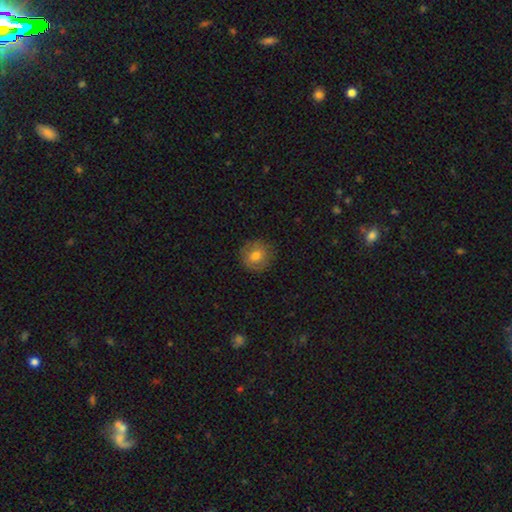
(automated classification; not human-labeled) smooth_or_featured: smooth (p=0.75) [alt: featured or disk p=0.16]
how_rounded: round (p=0.91) [alt: in between p=0.08]
merging: none (p=0.87) [alt: minor disturbance p=0.10]